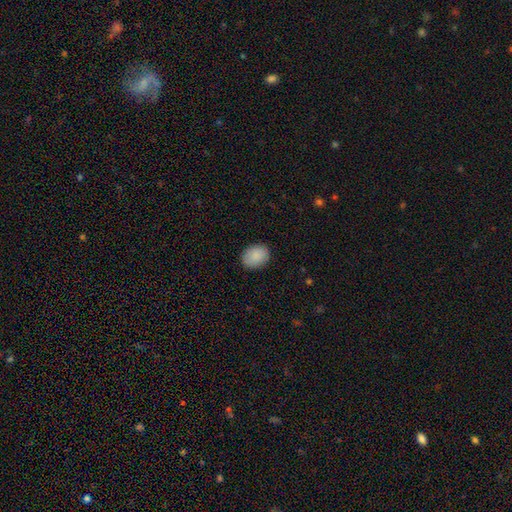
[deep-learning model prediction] Q: Smooth or featured?
A: smooth (89%); runner-up: star or artifact (7%)
Q: How rounded?
A: in between (63%); runner-up: round (36%)
Q: Merging?
A: none (88%); runner-up: minor disturbance (9%)